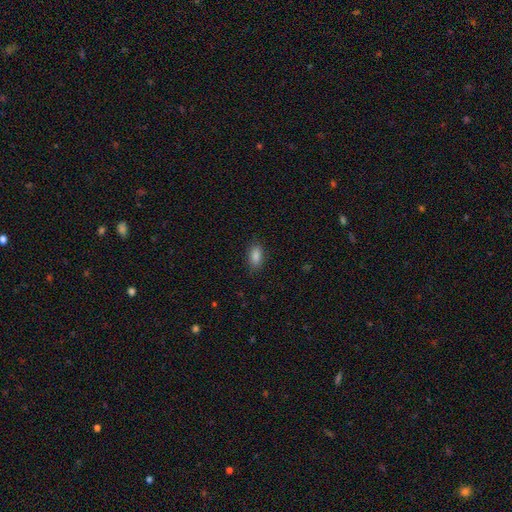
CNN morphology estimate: Smooth or featured?
  - smooth: 87% *
  - star or artifact: 9%
  - featured or disk: 4%
How rounded?
  - in between: 89% *
  - cigar-shaped: 6%
  - round: 5%
Merging?
  - none: 85% *
  - minor disturbance: 11%
  - major disturbance: 3%
  - merger: 1%